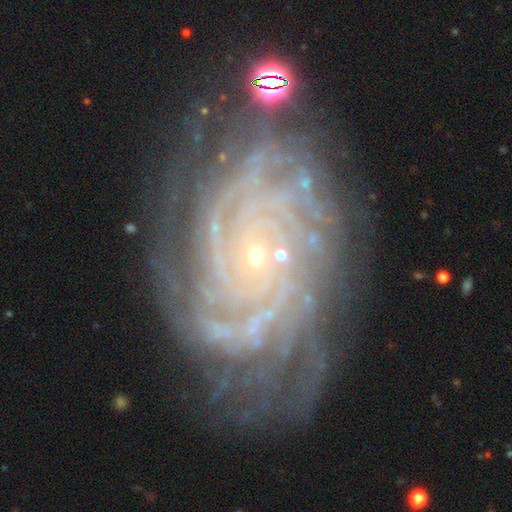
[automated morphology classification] Smooth or featured? Predicted: featured or disk (p=0.88). Edge-on disk? Predicted: no (p=0.97). Bar? Predicted: no (p=0.75). Spiral arms? Predicted: yes (p=0.98). Spiral winding? Predicted: tight (p=0.80). Spiral arm count? Predicted: more than 4 (p=0.33). Bulge size? Predicted: small (p=0.88). Merging? Predicted: none (p=0.75).